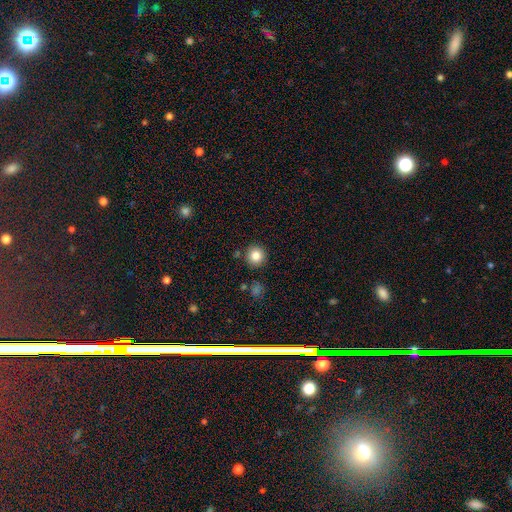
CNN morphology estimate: Q: Smooth or featured?
A: smooth (84%); runner-up: star or artifact (10%)
Q: How rounded?
A: round (93%); runner-up: in between (6%)
Q: Merging?
A: none (87%); runner-up: minor disturbance (7%)